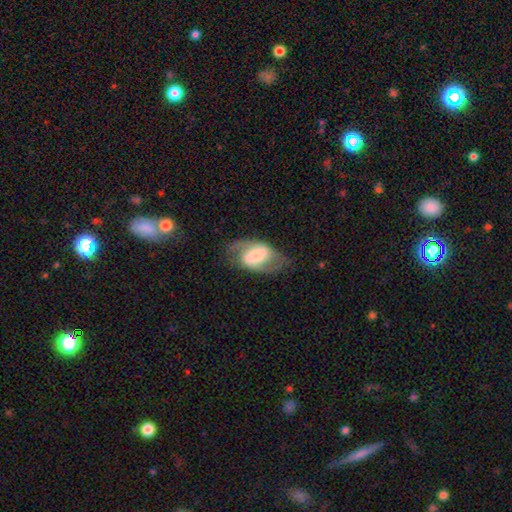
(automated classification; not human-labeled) This is likely a featured or disk galaxy (64%). It is clearly not viewed edge-on (95%). Bar: possibly strong (46%). Spiral arm pattern: clearly yes (81%). Central bulge: marginally large (33%). Merging: likely none (63%).